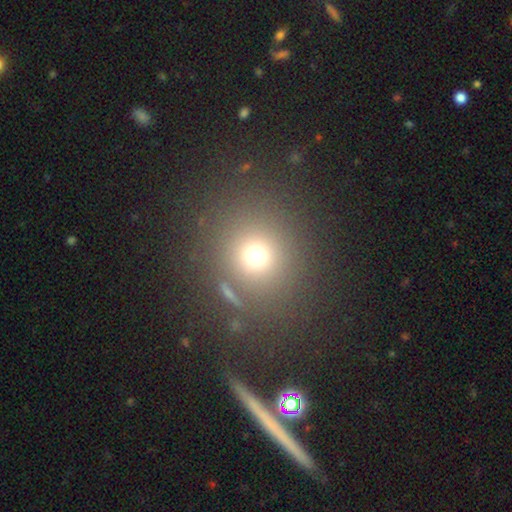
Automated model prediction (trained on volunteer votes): Smooth or featured? Predicted: smooth (p=0.70). How rounded? Predicted: round (p=0.89). Merging? Predicted: none (p=0.78).